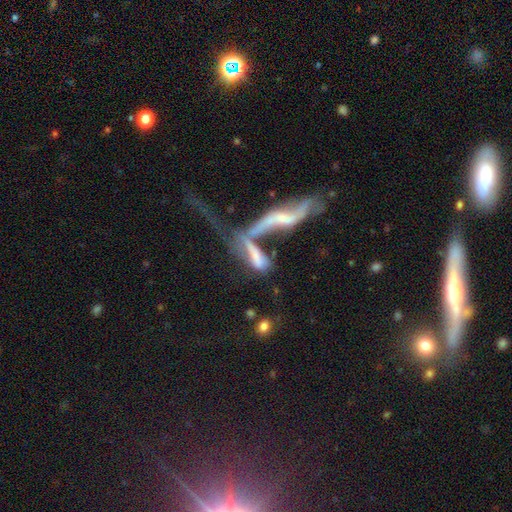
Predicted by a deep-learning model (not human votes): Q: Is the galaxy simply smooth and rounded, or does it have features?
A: featured or disk — 49%.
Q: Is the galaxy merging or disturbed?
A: merger — 68%.